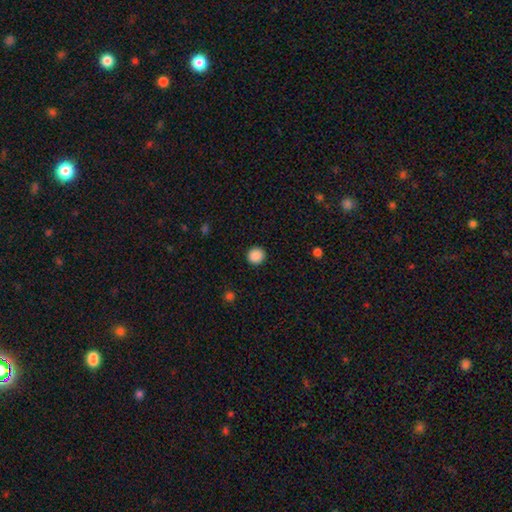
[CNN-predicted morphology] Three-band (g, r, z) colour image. It shows a smooth galaxy with no disk features (88%) that is round (93%). Merging: none (93%).